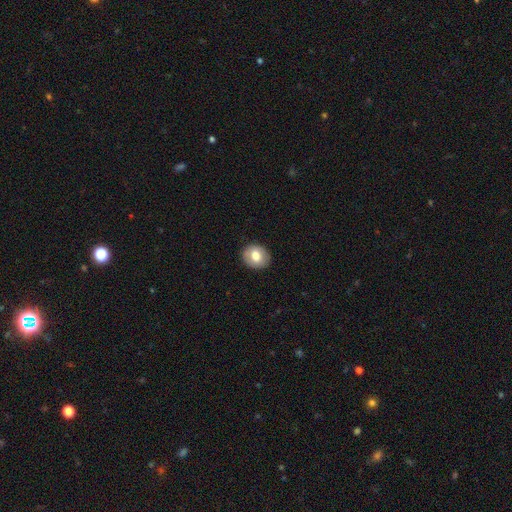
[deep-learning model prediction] A smooth galaxy with no disk features (74%) that is round (67%).

Vote fractions:
- Smooth or featured? smooth: 74% / featured or disk: 18% / star or artifact: 8%
- How rounded? round: 67% / in between: 32% / cigar-shaped: 1%
- Merging? none: 89% / minor disturbance: 8% / major disturbance: 2% / merger: 1%